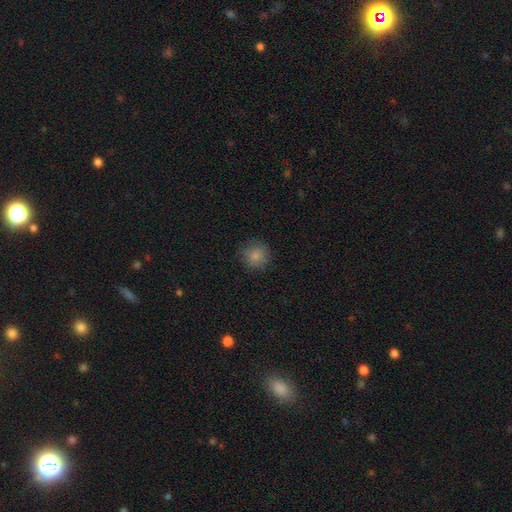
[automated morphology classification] Overall: smooth (84%). How rounded: round (93%). Merging: none (84%).